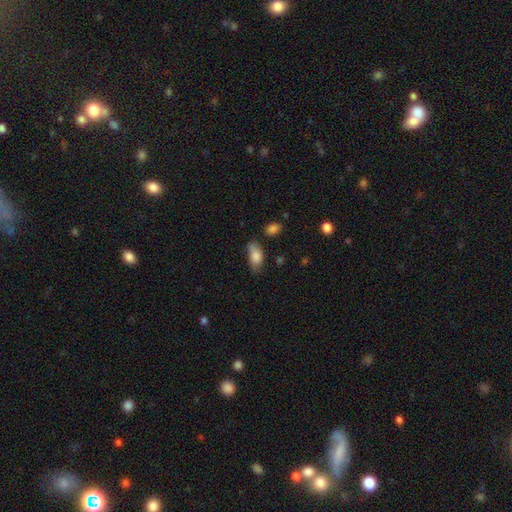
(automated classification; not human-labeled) Smooth or featured? smooth (82%)
How rounded? in between (88%)
Merging? none (54%)